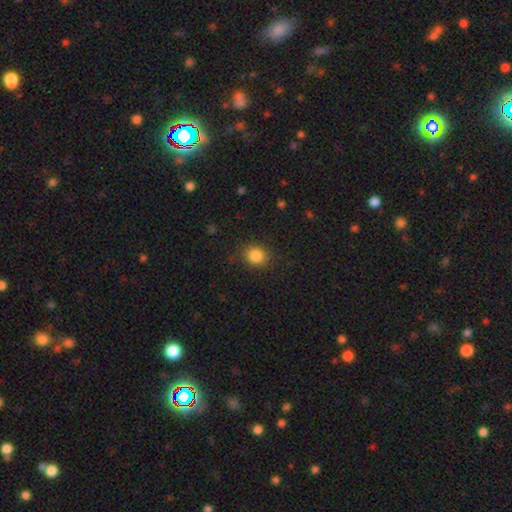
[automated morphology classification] Smooth or featured: smooth — 85% (star or artifact — 10%)
How rounded: round — 64% (in between — 35%)
Merging: none — 85% (minor disturbance — 11%)